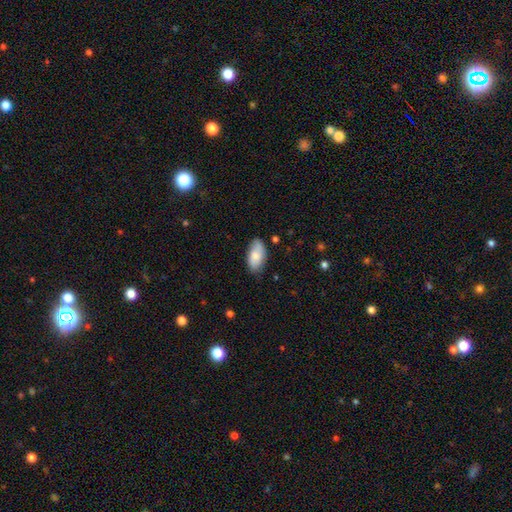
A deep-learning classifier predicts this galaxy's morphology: smooth-or-featured: smooth: 77% | featured or disk: 17% | star or artifact: 6%
  how-rounded: in between: 94% | cigar-shaped: 3% | round: 3%
  merging: none: 73% | minor disturbance: 22% | major disturbance: 4% | merger: 2%